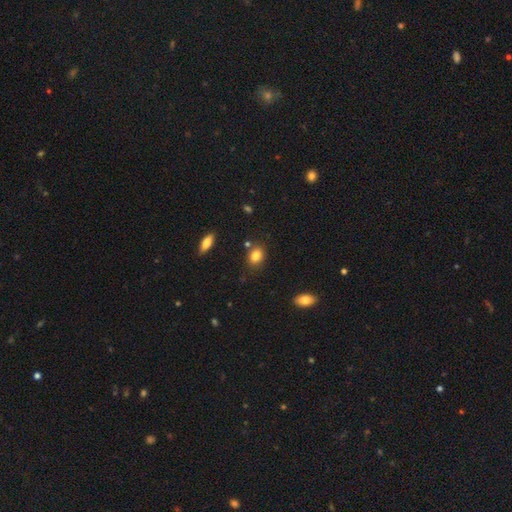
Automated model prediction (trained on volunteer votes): smooth 82%, star or artifact 10%, featured or disk 8%. Down the decision tree: how rounded — in between (59%); merging — none (78%).